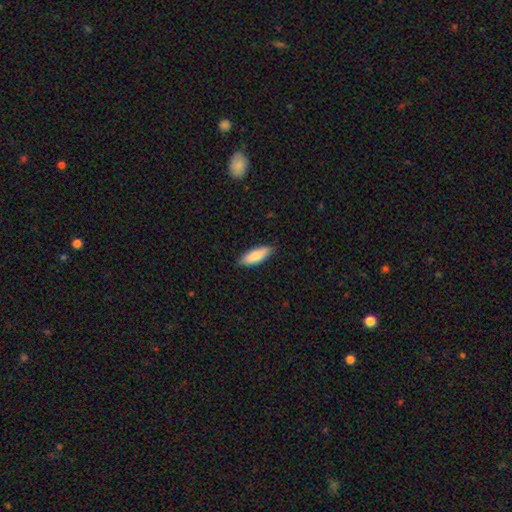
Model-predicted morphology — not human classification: Smooth or featured?
  - smooth: 83% *
  - featured or disk: 11%
  - star or artifact: 5%
How rounded?
  - in between: 65% *
  - cigar-shaped: 34%
  - round: 2%
Merging?
  - none: 86% *
  - minor disturbance: 12%
  - major disturbance: 2%
  - merger: 1%